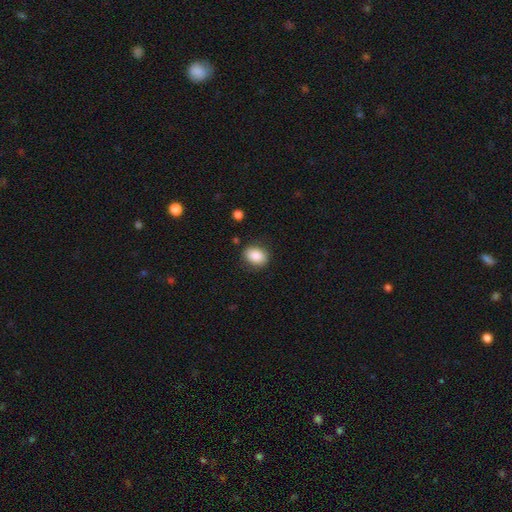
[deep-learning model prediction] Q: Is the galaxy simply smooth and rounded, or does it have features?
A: smooth — 87%.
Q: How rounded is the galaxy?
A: in between — 62%.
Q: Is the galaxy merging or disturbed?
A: none — 84%.